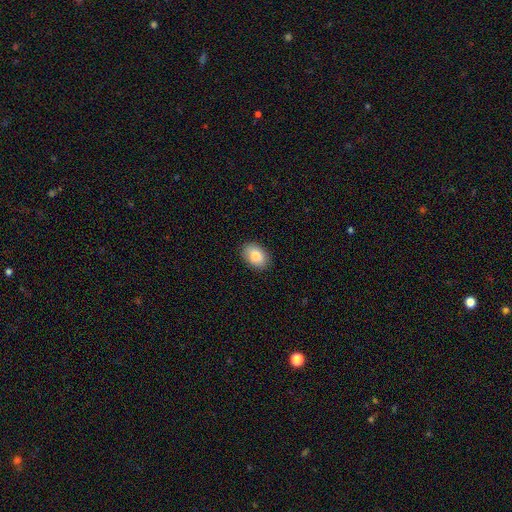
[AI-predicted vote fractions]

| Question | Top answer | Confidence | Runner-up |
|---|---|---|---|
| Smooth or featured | smooth | 88% | star or artifact (7%) |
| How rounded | in between | 87% | round (12%) |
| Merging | none | 87% | minor disturbance (10%) |